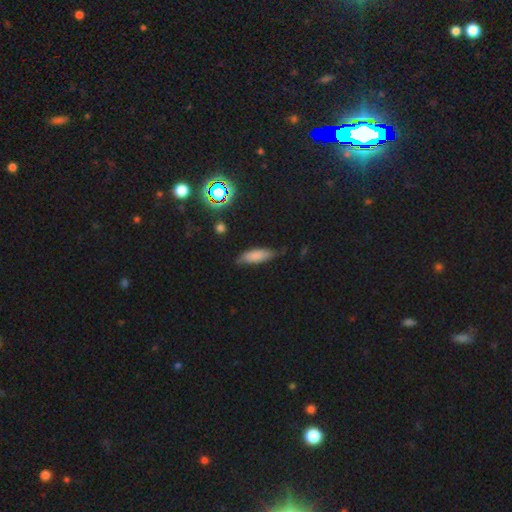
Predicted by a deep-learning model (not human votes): A smooth galaxy with no disk features (72%) that is in between round and cigar-shaped (58%). Merging: none (63%).